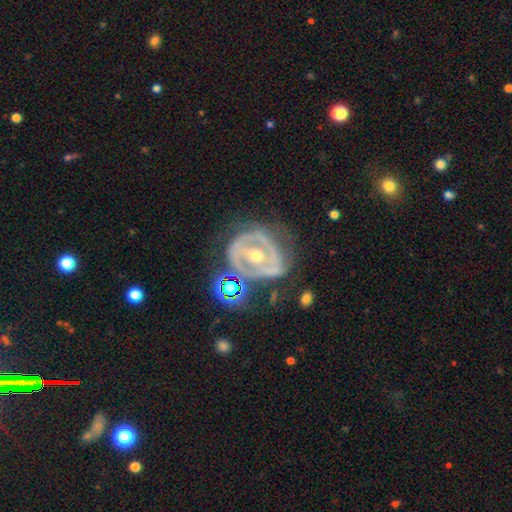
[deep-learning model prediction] Smooth or featured?
  - featured or disk: 80% *
  - smooth: 13%
  - star or artifact: 7%
Edge-on disk?
  - no: 95% *
  - yes: 5%
Bar?
  - strong: 44% *
  - weak: 29%
  - no: 26%
Spiral arms?
  - yes: 55% *
  - no: 45%
Bulge size?
  - moderate: 55% *
  - small: 41%
  - large: 2%
  - none: 1%
  - dominant: 1%
Merging?
  - none: 53% *
  - minor disturbance: 24%
  - major disturbance: 19%
  - merger: 5%